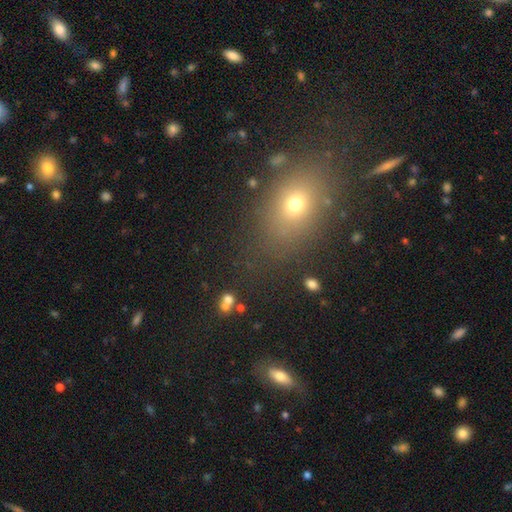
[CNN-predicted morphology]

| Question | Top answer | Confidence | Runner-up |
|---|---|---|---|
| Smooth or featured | smooth | 59% | star or artifact (28%) |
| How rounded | in between | 64% | round (32%) |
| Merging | none | 83% | minor disturbance (10%) |